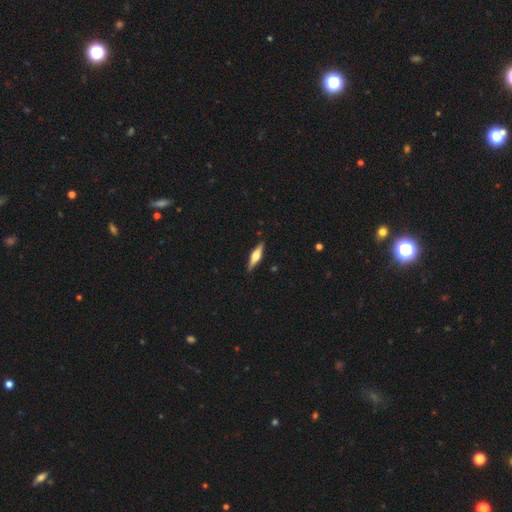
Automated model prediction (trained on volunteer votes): Smooth or featured? featured or disk (58%)
Edge-on disk? yes (96%)
Edge-on bulge? rounded (84%)
Merging? none (89%)